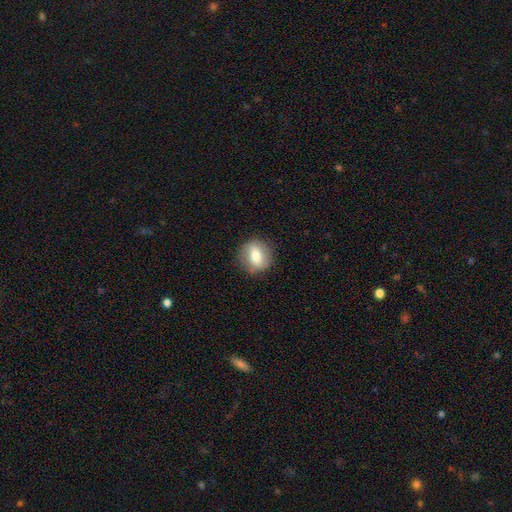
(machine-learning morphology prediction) A smooth galaxy with no disk features (62%) that is round (78%). Merging: none (85%).